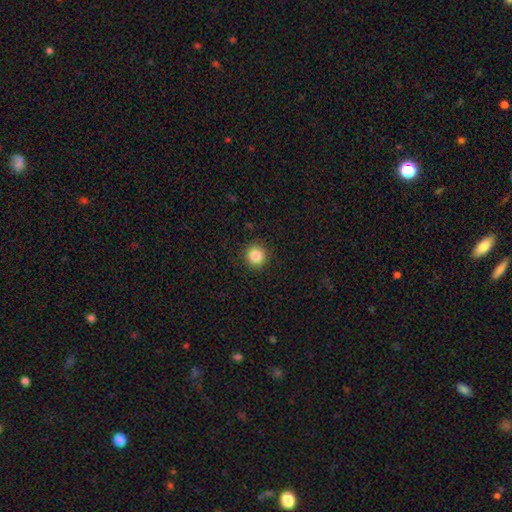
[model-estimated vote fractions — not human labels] smooth 85%, star or artifact 10%, featured or disk 4%. Down the decision tree: how rounded — round (94%); merging — none (92%).